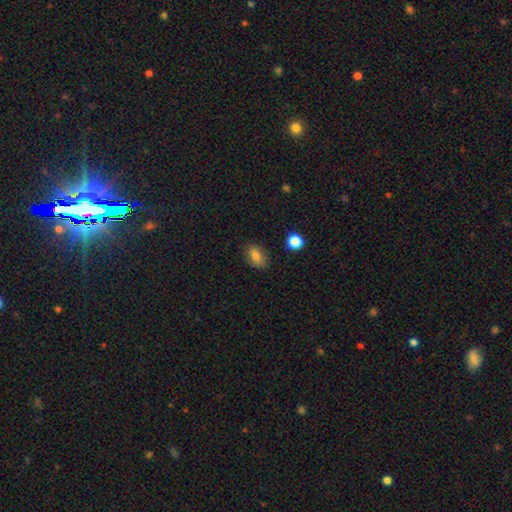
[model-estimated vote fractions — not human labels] A smooth galaxy with no disk features (78%) that is in between round and cigar-shaped (82%). Merging: none (80%).